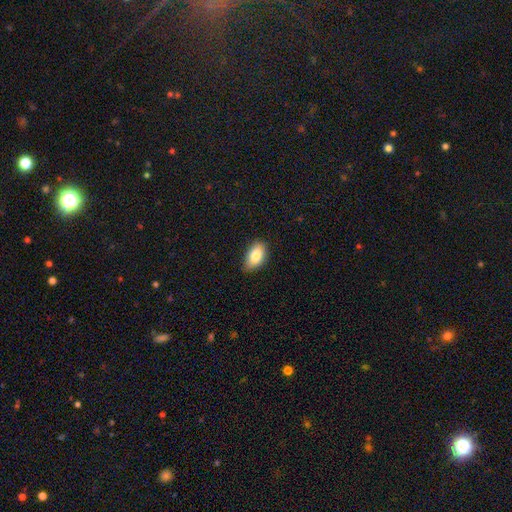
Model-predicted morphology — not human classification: Smooth or featured: smooth — 84% (featured or disk — 9%)
How rounded: in between — 92% (round — 6%)
Merging: none — 79% (minor disturbance — 17%)